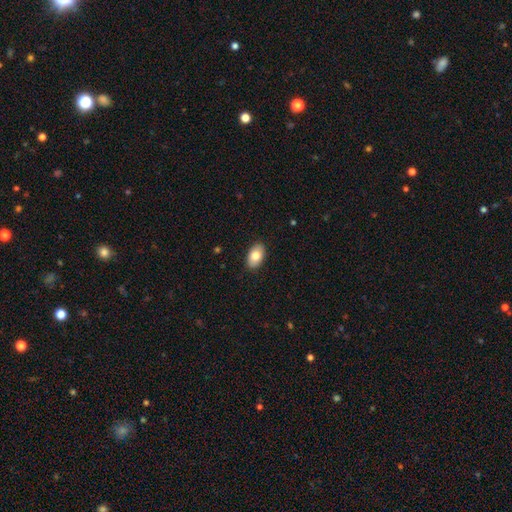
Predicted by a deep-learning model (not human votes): smooth_or_featured: smooth (p=0.79) [alt: featured or disk p=0.15]
how_rounded: in between (p=0.93) [alt: round p=0.06]
merging: none (p=0.89) [alt: minor disturbance p=0.09]